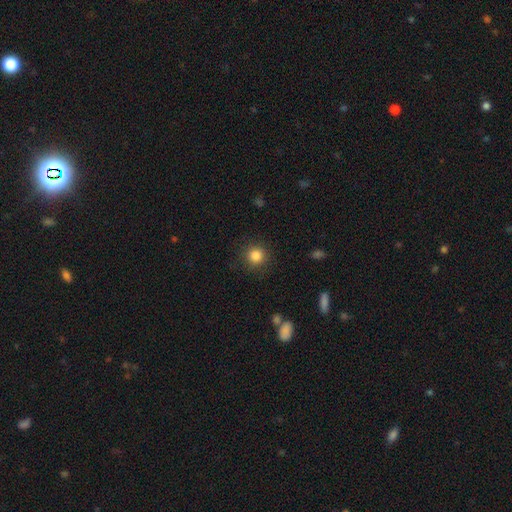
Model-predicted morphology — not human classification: A smooth galaxy with no disk features (85%) that is round (94%).

Vote fractions:
- Smooth or featured? smooth: 85% / star or artifact: 11% / featured or disk: 4%
- How rounded? round: 94% / in between: 5% / cigar-shaped: 1%
- Merging? none: 89% / minor disturbance: 7% / major disturbance: 3% / merger: 1%